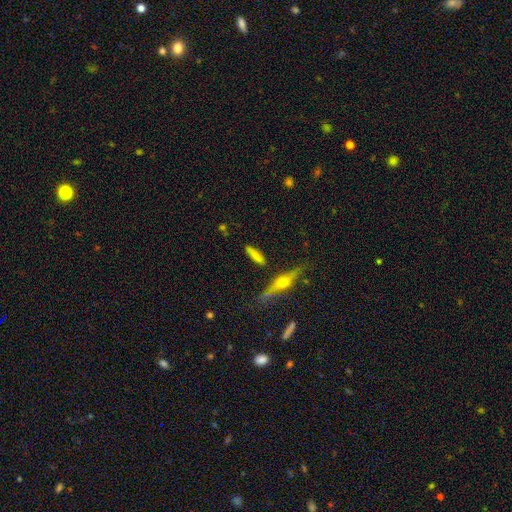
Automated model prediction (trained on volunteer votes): The model was most divided on "how rounded": cigar-shaped: 65%, in between: 32%, round: 3%. More confident: merging — none (78%); smooth or featured — smooth (66%).